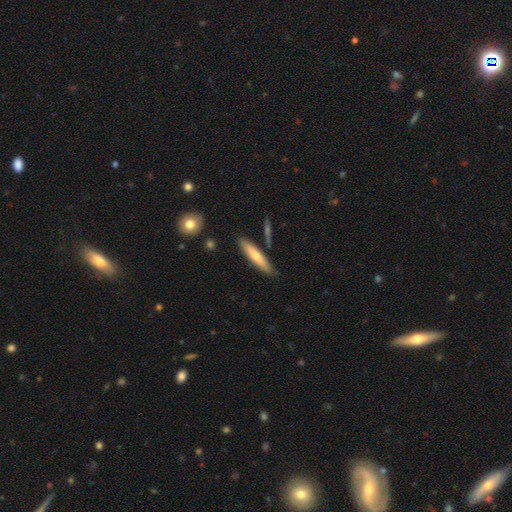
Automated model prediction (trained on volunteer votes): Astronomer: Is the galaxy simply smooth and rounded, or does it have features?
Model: smooth — 65%.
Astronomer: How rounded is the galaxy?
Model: cigar-shaped — 83%.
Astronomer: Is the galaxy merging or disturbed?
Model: none — 82%.